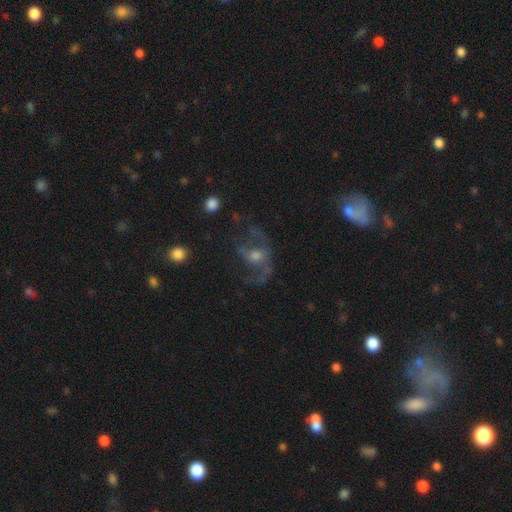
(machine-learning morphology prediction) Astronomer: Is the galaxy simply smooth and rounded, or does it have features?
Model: featured or disk — 66%.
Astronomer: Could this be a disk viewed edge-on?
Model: no — 96%.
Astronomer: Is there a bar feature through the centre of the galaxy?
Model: no — 64%.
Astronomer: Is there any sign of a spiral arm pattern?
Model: yes — 69%.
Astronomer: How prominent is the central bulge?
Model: moderate — 54% (runner-up: small, 34%).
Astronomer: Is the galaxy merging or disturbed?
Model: none — 45% (runner-up: major disturbance, 33%).